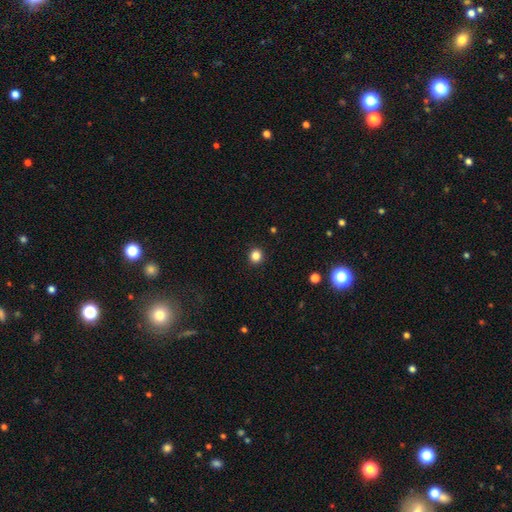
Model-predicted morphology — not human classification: Q: Smooth or featured?
A: smooth (84%); runner-up: star or artifact (12%)
Q: How rounded?
A: round (93%); runner-up: in between (6%)
Q: Merging?
A: none (93%); runner-up: minor disturbance (4%)